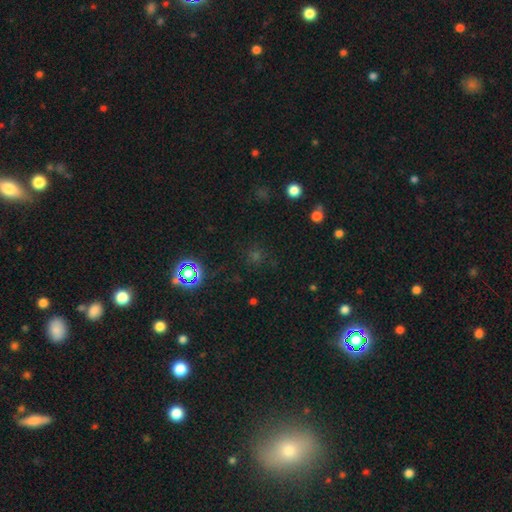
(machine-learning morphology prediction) Smooth or featured? Predicted: star or artifact (p=0.58).